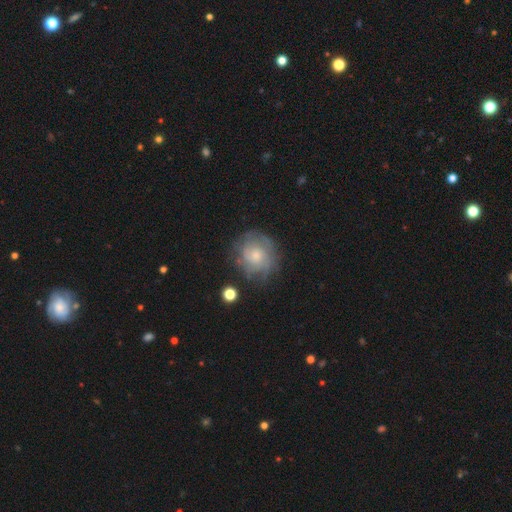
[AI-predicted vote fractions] smooth_or_featured: featured or disk (p=0.52) [alt: smooth p=0.40]
disk_edge_on: no (p=0.97) [alt: yes p=0.03]
bar: no (p=0.83) [alt: weak p=0.15]
has_spiral_arms: yes (p=0.67) [alt: no p=0.33]
bulge_size: moderate (p=0.44) [alt: small p=0.41]
merging: none (p=0.66) [alt: minor disturbance p=0.21]